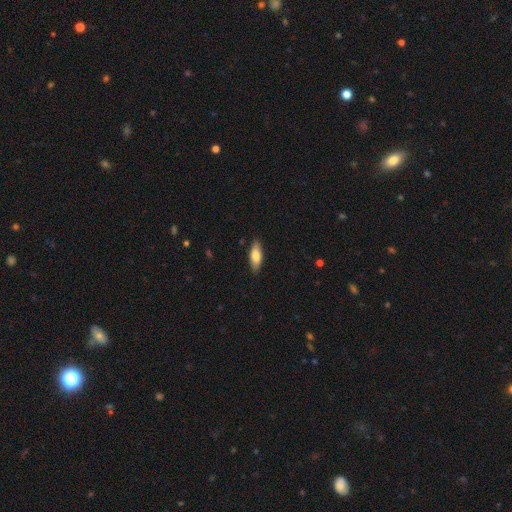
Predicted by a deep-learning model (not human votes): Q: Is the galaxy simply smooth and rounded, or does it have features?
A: smooth — 77%.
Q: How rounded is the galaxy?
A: in between — 67%.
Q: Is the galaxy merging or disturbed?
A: none — 86%.